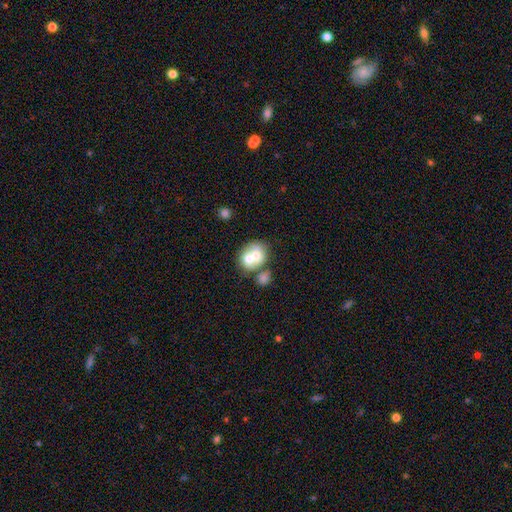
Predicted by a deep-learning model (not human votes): Smooth or featured? Predicted: smooth (p=0.65). How rounded? Predicted: round (p=0.62). Merging? Predicted: merger (p=0.65).